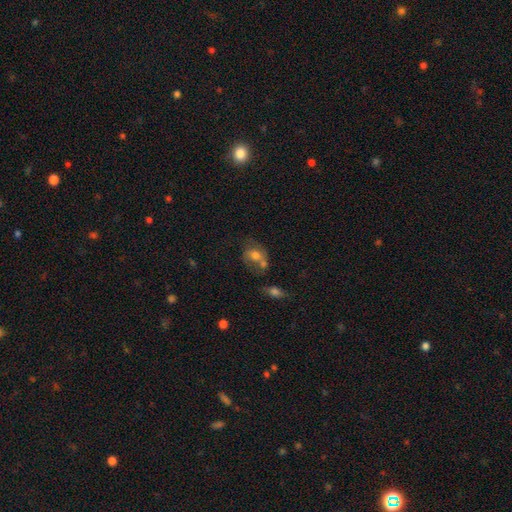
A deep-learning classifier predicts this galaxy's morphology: Overall: smooth (52%; featured or disk 35%). How rounded: in between (52%; round 46%). Merging: none (39%; merger 34%).